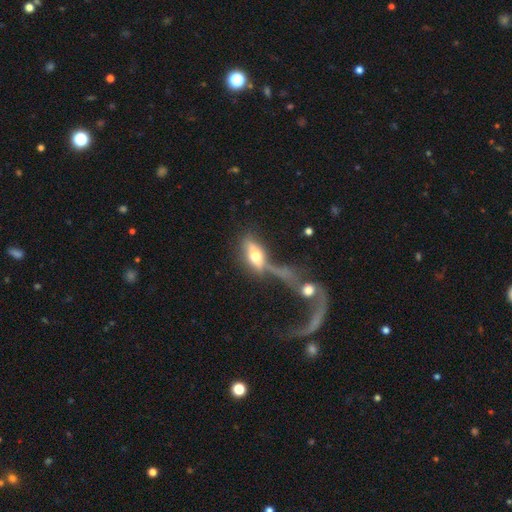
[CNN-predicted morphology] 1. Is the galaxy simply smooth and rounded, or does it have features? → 47% featured or disk, 44% smooth, 9% star or artifact.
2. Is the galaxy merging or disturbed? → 33% merger, 30% none, 23% major disturbance, 14% minor disturbance.